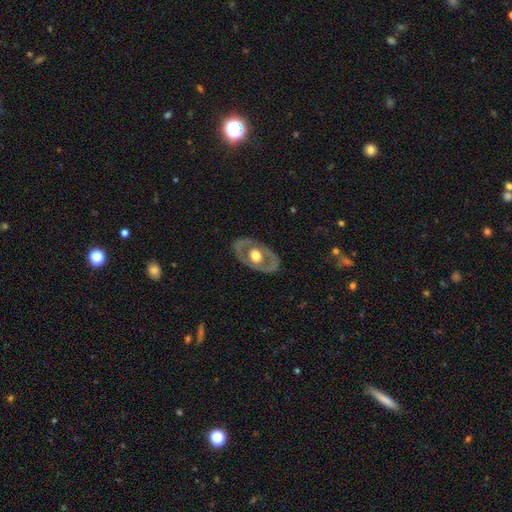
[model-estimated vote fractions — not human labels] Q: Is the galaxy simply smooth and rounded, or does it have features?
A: featured or disk — 64%.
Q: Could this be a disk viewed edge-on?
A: no — 89%.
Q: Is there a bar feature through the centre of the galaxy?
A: no — 85%.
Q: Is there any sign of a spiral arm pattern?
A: no — 81%.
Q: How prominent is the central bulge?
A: moderate — 51%.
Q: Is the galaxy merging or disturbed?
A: none — 80%.